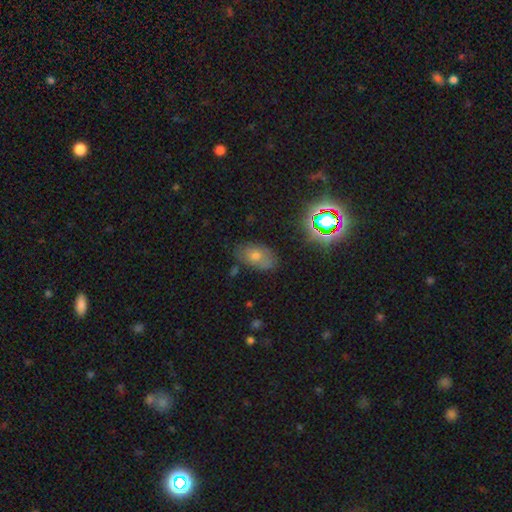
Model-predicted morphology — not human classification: Smooth or featured? smooth (63%)
How rounded? in between (89%)
Merging? none (68%)